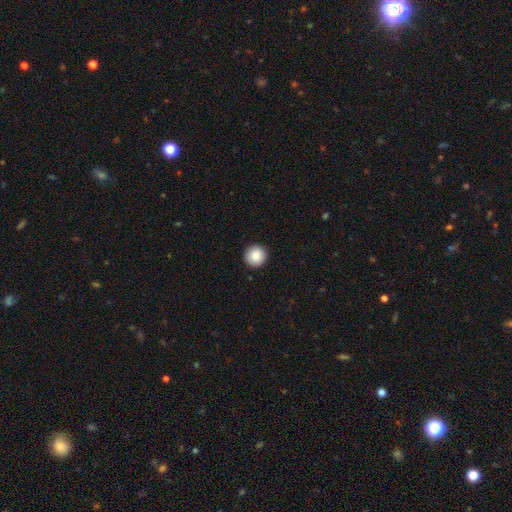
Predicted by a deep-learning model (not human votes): The model was most divided on "smooth or featured": smooth: 88%, star or artifact: 8%, featured or disk: 4%. More confident: how rounded — round (96%); merging — none (93%).